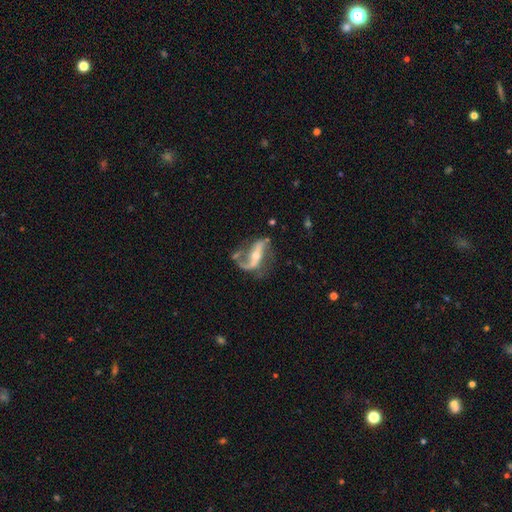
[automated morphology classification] A featured or disk galaxy (86%) with a strong bar (48%), 2 (80%) loose (66%) spiral arms (92%) and a moderate central bulge (48%).

Vote fractions:
- Smooth or featured? featured or disk: 86% / smooth: 7% / star or artifact: 6%
- Edge-on disk? no: 92% / yes: 8%
- Bar? strong: 48% / weak: 26% / no: 26%
- Spiral arms? yes: 92% / no: 8%
- Spiral winding? loose: 66% / medium: 26% / tight: 9%
- Spiral arm count? 2: 80% / 1: 14% / can't tell: 3% / 3: 1% / 4: 1% / more than 4: 1%
- Bulge size? moderate: 48% / small: 47% / large: 2% / none: 2% / dominant: 1%
- Merging? none: 53% / major disturbance: 21% / minor disturbance: 20% / merger: 6%